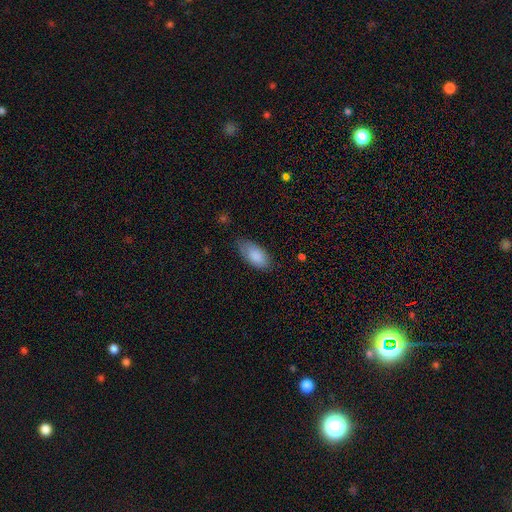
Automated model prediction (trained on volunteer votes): This is clearly a smooth galaxy (85%). How rounded: clearly in between (93%). Merging: likely none (71%).